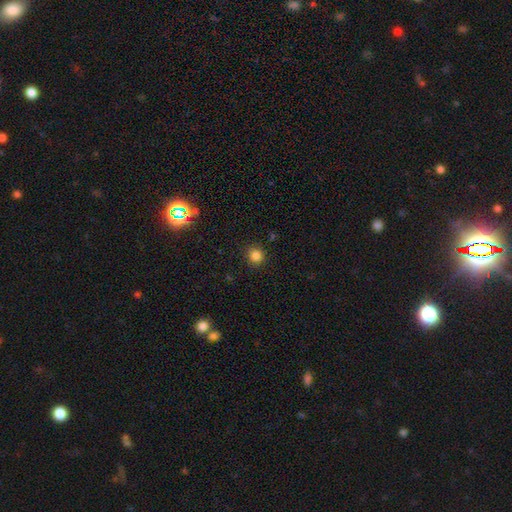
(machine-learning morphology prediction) The model was most divided on "smooth or featured": smooth: 83%, star or artifact: 13%, featured or disk: 4%. More confident: how rounded — round (90%); merging — none (89%).